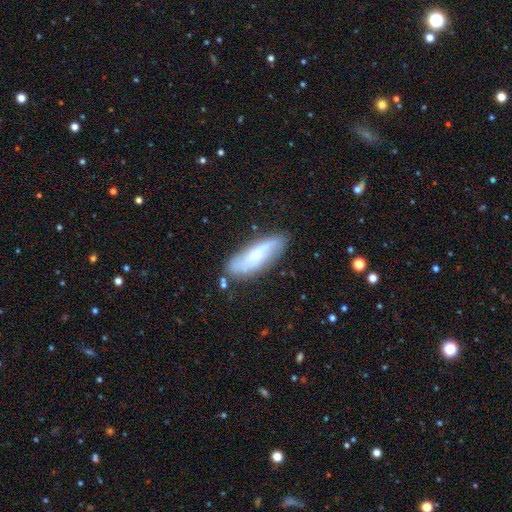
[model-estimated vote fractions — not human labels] This is possibly a smooth galaxy (47%). Merging: likely none (74%).